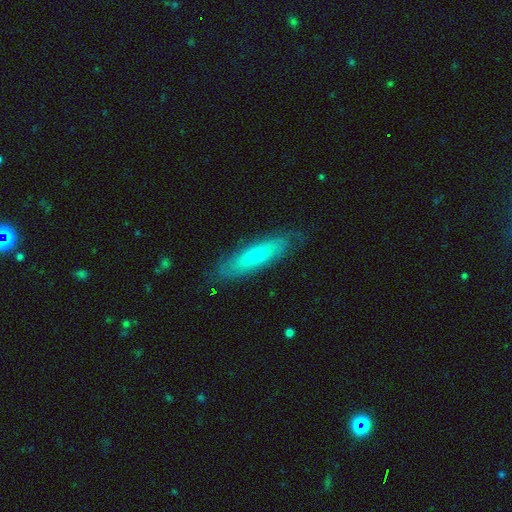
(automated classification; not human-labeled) Smooth or featured?
  - smooth: 55% *
  - featured or disk: 39%
  - star or artifact: 6%
How rounded?
  - cigar-shaped: 71% *
  - in between: 27%
  - round: 2%
Merging?
  - none: 81% *
  - minor disturbance: 14%
  - major disturbance: 4%
  - merger: 1%